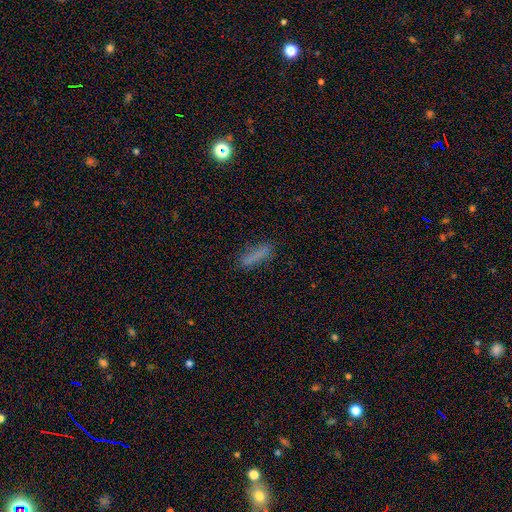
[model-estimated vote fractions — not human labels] smooth-or-featured: smooth: 75% | featured or disk: 13% | star or artifact: 13%
  how-rounded: cigar-shaped: 71% | in between: 26% | round: 3%
  merging: none: 75% | minor disturbance: 16% | major disturbance: 6% | merger: 3%